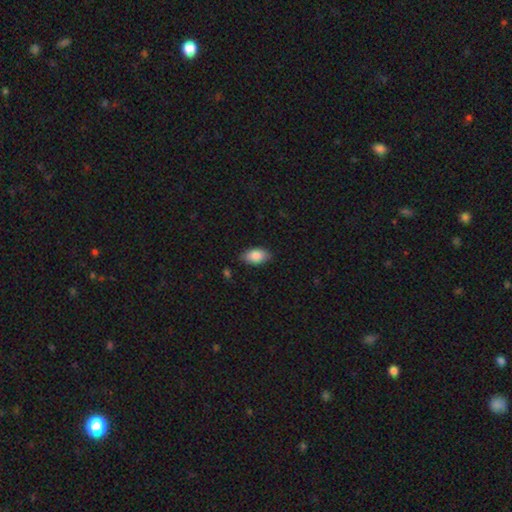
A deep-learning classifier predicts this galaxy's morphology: smooth-or-featured: smooth: 86% | featured or disk: 8% | star or artifact: 7%
  how-rounded: in between: 93% | round: 4% | cigar-shaped: 3%
  merging: none: 82% | minor disturbance: 14% | major disturbance: 2% | merger: 1%